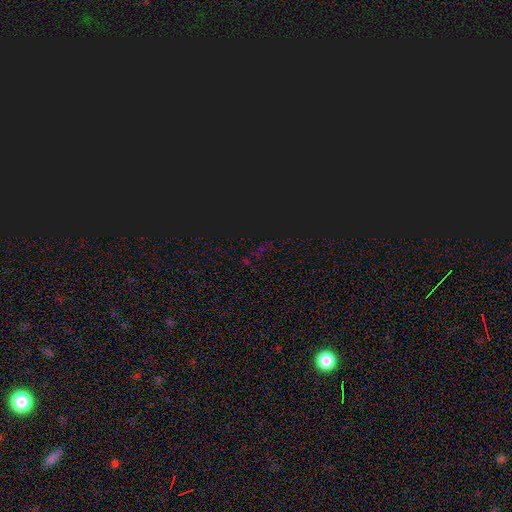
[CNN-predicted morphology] Smooth or featured? Predicted: star or artifact (p=0.76).